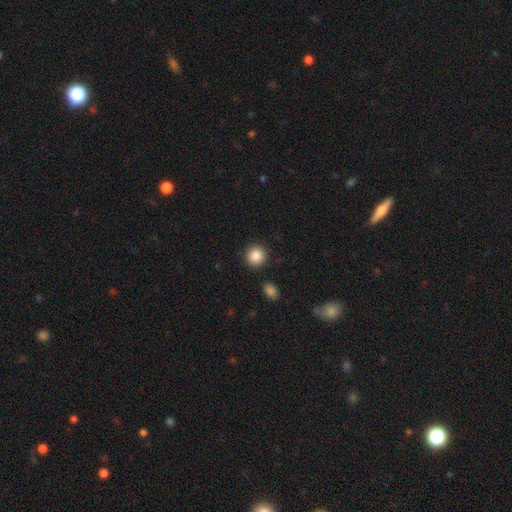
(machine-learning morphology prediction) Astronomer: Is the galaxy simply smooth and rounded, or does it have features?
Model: smooth — 87%.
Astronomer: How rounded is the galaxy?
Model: round — 90%.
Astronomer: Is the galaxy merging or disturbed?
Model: none — 89%.